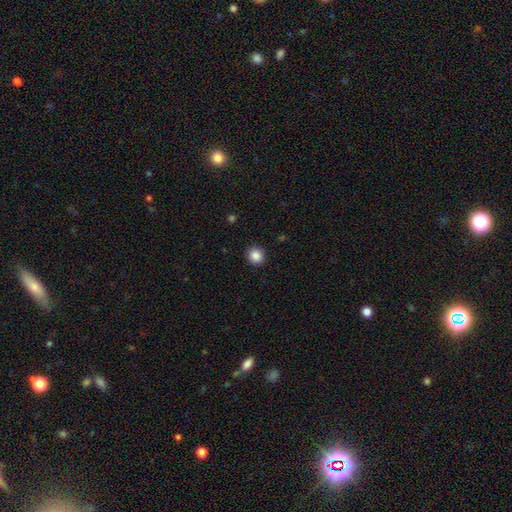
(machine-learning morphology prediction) smooth_or_featured: smooth (p=0.87) [alt: star or artifact p=0.10]
how_rounded: round (p=0.91) [alt: in between p=0.08]
merging: none (p=0.92) [alt: minor disturbance p=0.05]